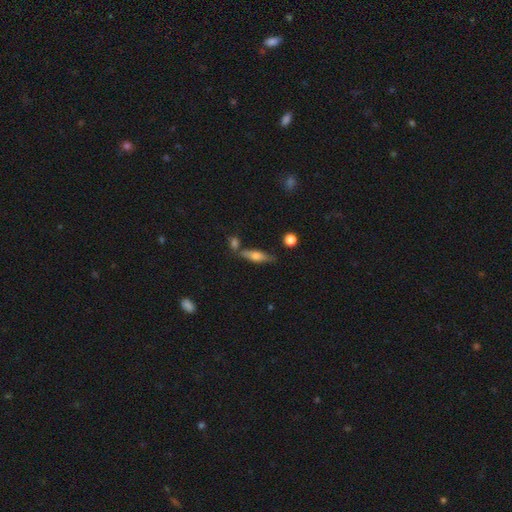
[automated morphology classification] Smooth or featured? smooth (58%)
How rounded? cigar-shaped (54%)
Merging? none (67%)